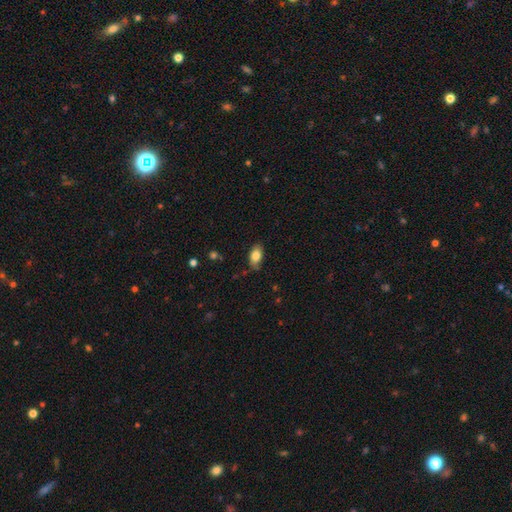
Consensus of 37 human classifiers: Q: Smooth or featured?
A: smooth (86%); runner-up: star or artifact (8%)
Q: How rounded?
A: in between (94%); runner-up: round (6%)
Q: Merging?
A: none (82%); runner-up: minor disturbance (18%)